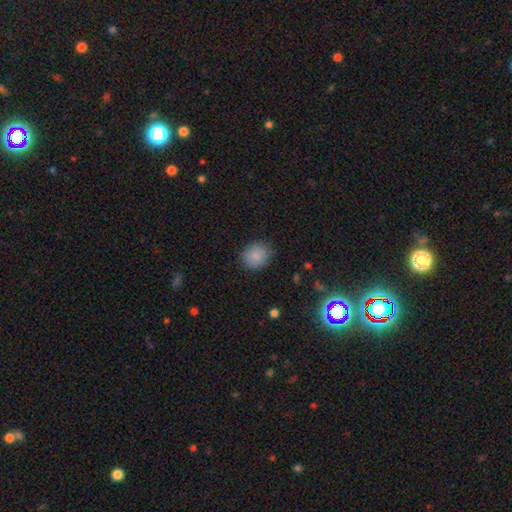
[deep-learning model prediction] A smooth galaxy with no disk features (85%) that is round (73%).

Vote fractions:
- Smooth or featured? smooth: 85% / star or artifact: 9% / featured or disk: 5%
- How rounded? round: 73% / in between: 26% / cigar-shaped: 1%
- Merging? none: 85% / minor disturbance: 11% / major disturbance: 3% / merger: 1%